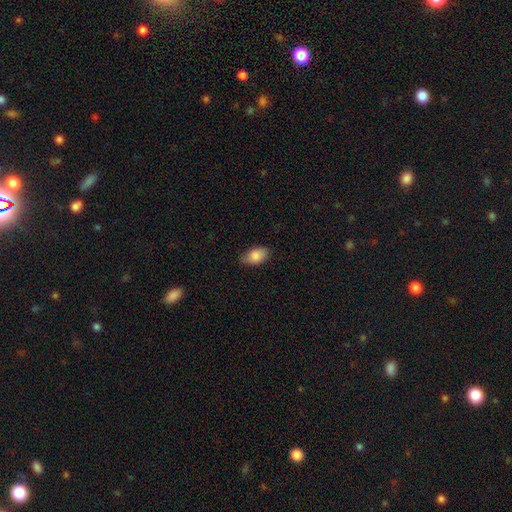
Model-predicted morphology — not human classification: This appears to be a smooth galaxy with no disk features (86%) that is in between round and cigar-shaped (92%). Merging: none (76%).